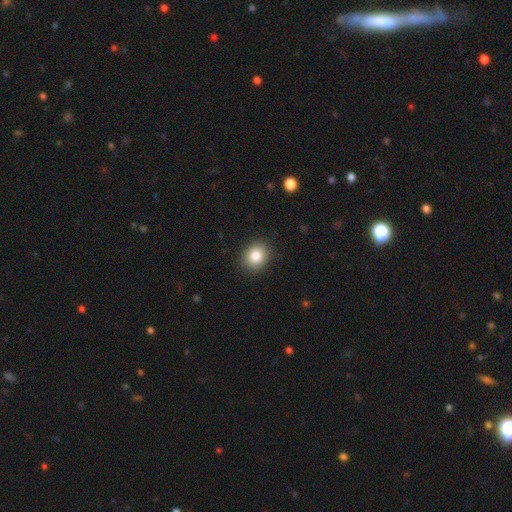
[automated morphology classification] The model was most divided on "how rounded": round: 66%, in between: 33%, cigar-shaped: 1%. More confident: merging — none (90%); smooth or featured — smooth (85%).